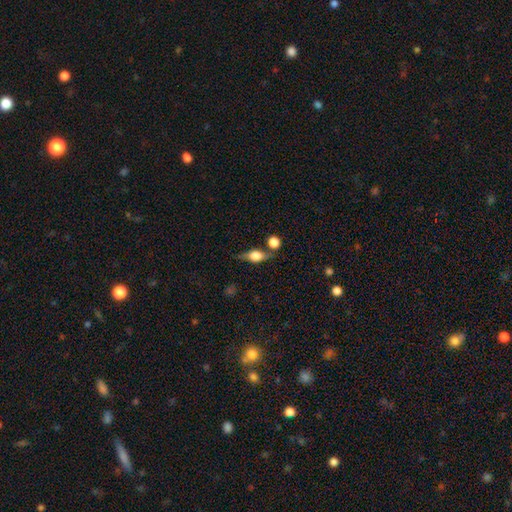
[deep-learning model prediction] Overall: smooth (48%; featured or disk 43%). Merging: none (65%).